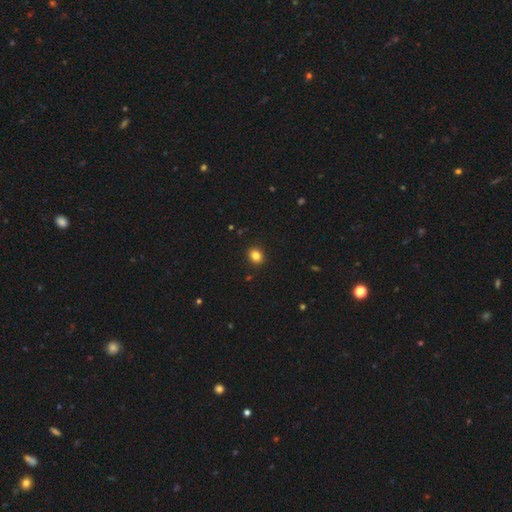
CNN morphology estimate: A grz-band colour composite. It shows a smooth galaxy with no disk features (84%) that is round (63%). Merging: none (91%).